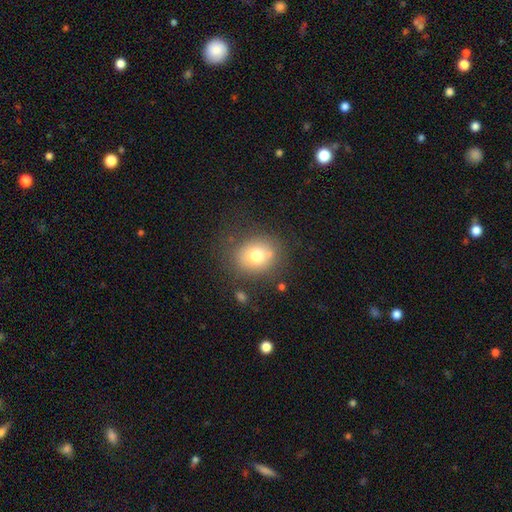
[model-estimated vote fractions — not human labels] smooth 73%, featured or disk 15%, star or artifact 12%. Down the decision tree: how rounded — round (72%); merging — none (72%).